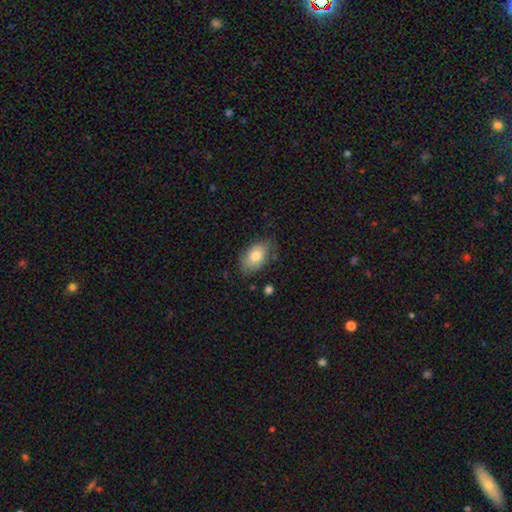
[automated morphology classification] Smooth or featured? Predicted: smooth (p=0.76). How rounded? Predicted: in between (p=0.89). Merging? Predicted: none (p=0.68).